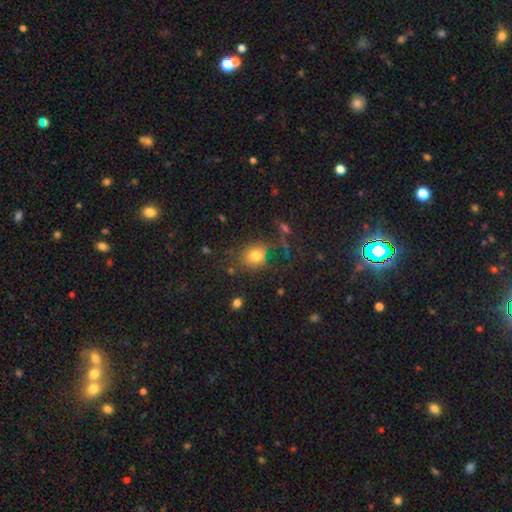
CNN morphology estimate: This is likely a smooth galaxy (78%). How rounded: likely round (61%). Merging: likely none (71%).